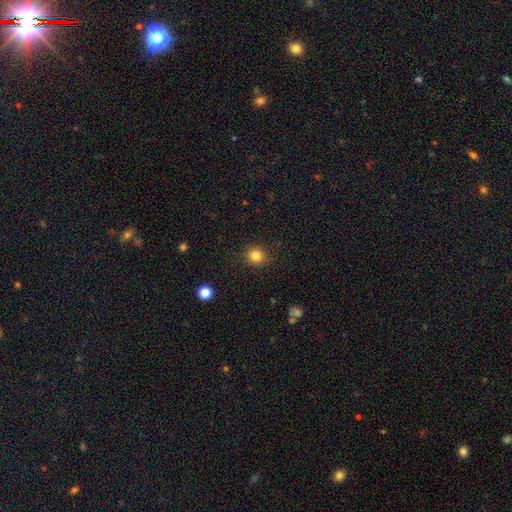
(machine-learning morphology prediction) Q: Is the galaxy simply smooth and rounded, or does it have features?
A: smooth — 83%.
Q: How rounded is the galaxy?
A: round — 86%.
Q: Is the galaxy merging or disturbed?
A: none — 89%.